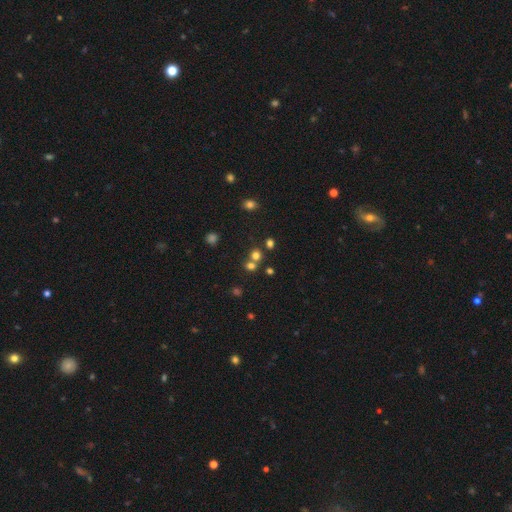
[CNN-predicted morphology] Q: Smooth or featured?
A: smooth (66%); runner-up: star or artifact (25%)
Q: How rounded?
A: round (84%); runner-up: in between (15%)
Q: Merging?
A: none (57%); runner-up: merger (34%)